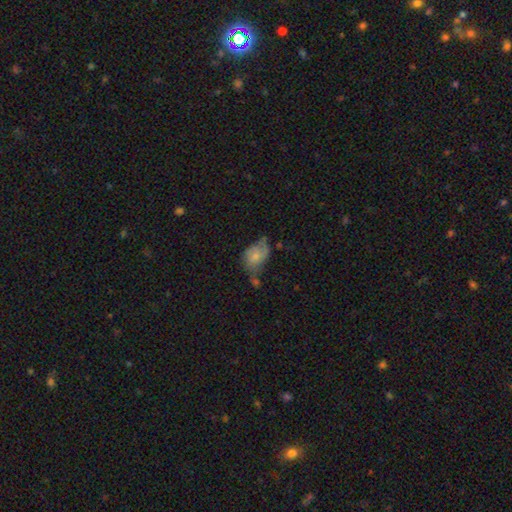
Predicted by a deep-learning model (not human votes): Overall: smooth (63%; featured or disk 29%). How rounded: in between (80%). Merging: minor disturbance (35%; none 29%).